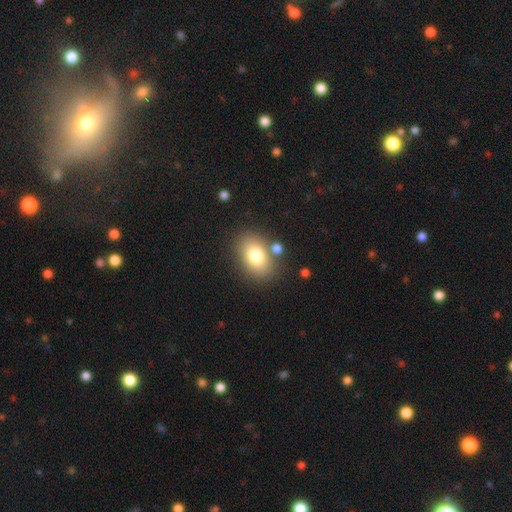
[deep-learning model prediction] Smooth or featured? smooth (77%)
How rounded? in between (77%)
Merging? none (77%)